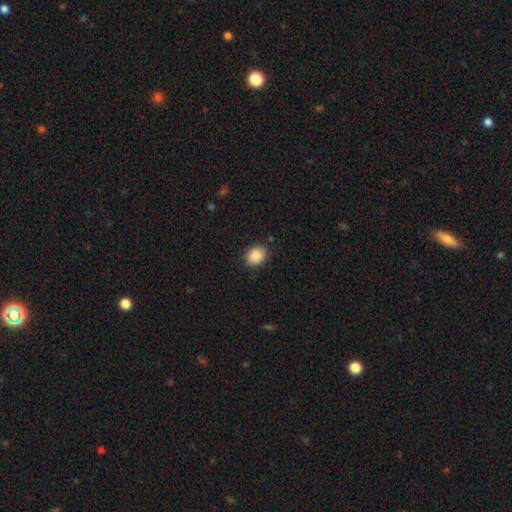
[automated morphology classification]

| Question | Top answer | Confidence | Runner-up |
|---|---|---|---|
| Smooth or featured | smooth | 88% | star or artifact (8%) |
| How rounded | in between | 58% | round (41%) |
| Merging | none | 88% | minor disturbance (9%) |